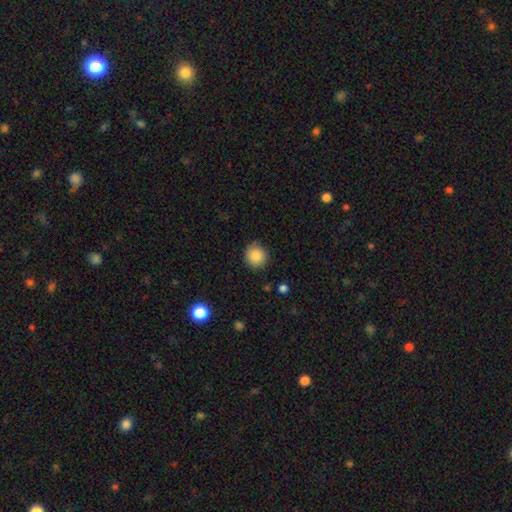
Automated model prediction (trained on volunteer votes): Q: Smooth or featured?
A: smooth (86%); runner-up: star or artifact (9%)
Q: How rounded?
A: round (90%); runner-up: in between (9%)
Q: Merging?
A: none (87%); runner-up: minor disturbance (10%)